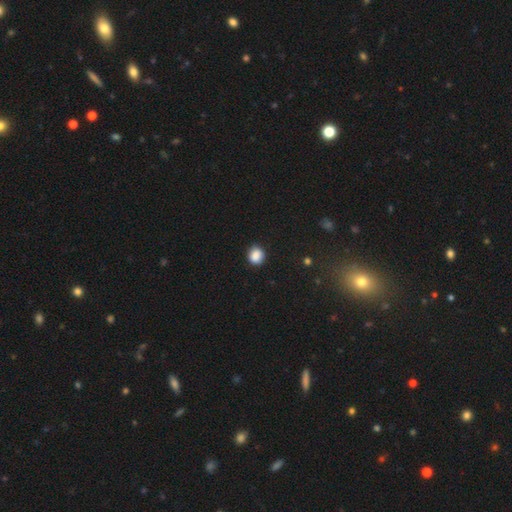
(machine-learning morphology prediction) Smooth or featured? smooth (87%)
How rounded? round (78%)
Merging? none (87%)